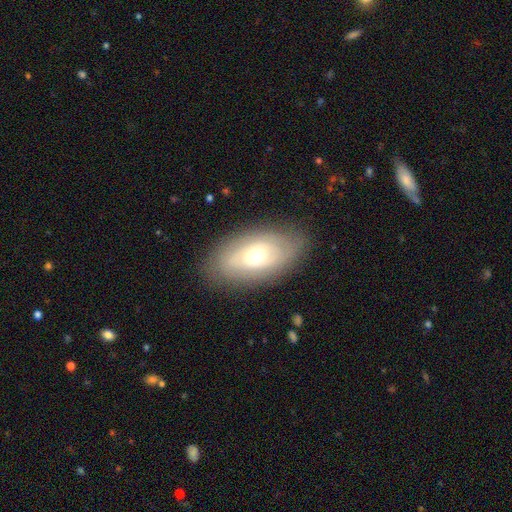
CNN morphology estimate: Smooth or featured?
  - featured or disk: 50% *
  - smooth: 43%
  - star or artifact: 7%
Merging?
  - none: 81% *
  - minor disturbance: 13%
  - major disturbance: 4%
  - merger: 1%